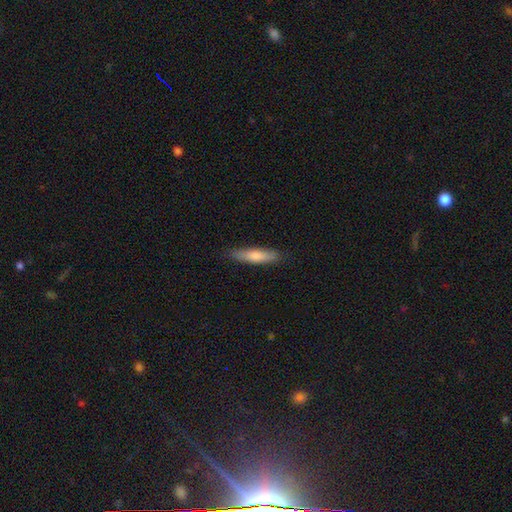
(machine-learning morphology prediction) The model was most divided on "smooth or featured": smooth: 66%, featured or disk: 28%, star or artifact: 6%. More confident: merging — none (87%); how rounded — cigar-shaped (83%).